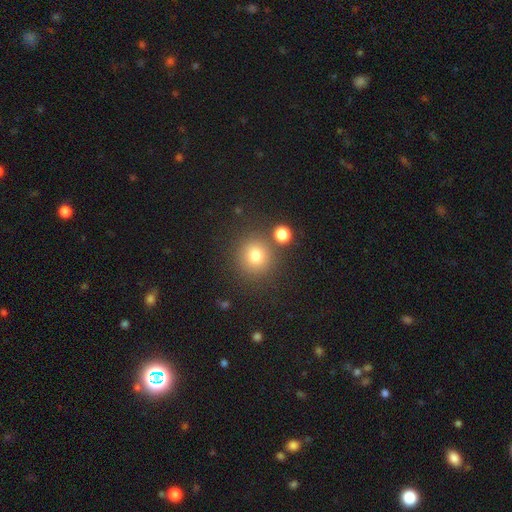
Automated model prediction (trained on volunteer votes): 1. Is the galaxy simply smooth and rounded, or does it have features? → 77% smooth, 14% star or artifact, 8% featured or disk.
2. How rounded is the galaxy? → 92% round, 7% in between, 1% cigar-shaped.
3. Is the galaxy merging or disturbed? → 81% none, 8% minor disturbance, 8% merger, 3% major disturbance.